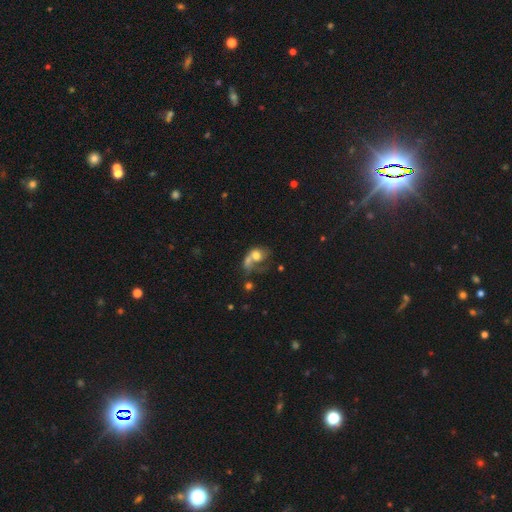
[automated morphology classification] The model was most divided on "smooth or featured": smooth: 50%, featured or disk: 40%, star or artifact: 10%. Remaining: merging — merger (41%).